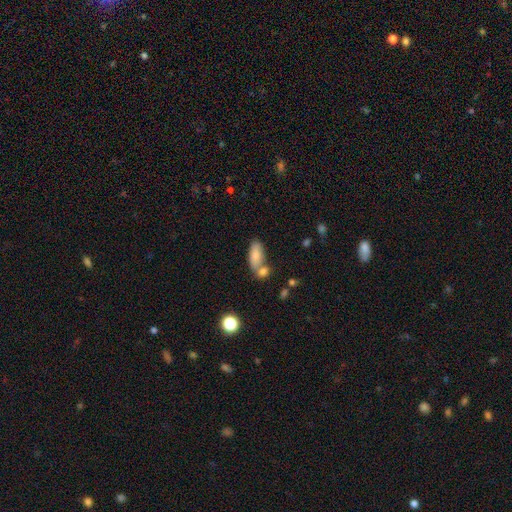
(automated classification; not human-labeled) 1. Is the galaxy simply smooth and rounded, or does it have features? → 82% smooth, 11% featured or disk, 7% star or artifact.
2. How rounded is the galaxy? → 84% in between, 13% cigar-shaped, 3% round.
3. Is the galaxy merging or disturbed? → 50% none, 33% merger, 13% minor disturbance, 4% major disturbance.